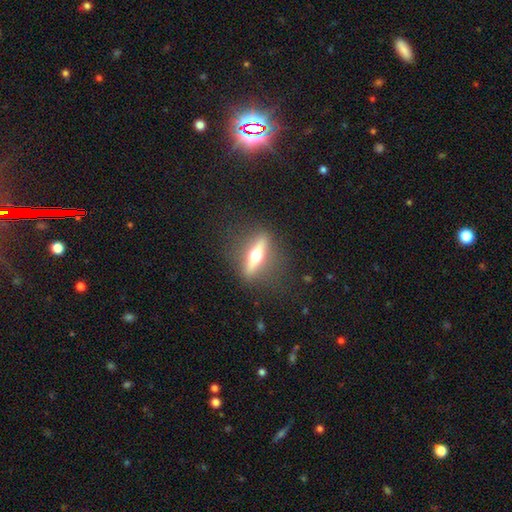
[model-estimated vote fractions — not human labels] Smooth or featured: featured or disk — 66% (smooth — 28%)
Edge-on disk: yes — 90% (no — 10%)
Edge-on bulge: rounded — 96% (boxy — 2%)
Merging: none — 85% (minor disturbance — 9%)